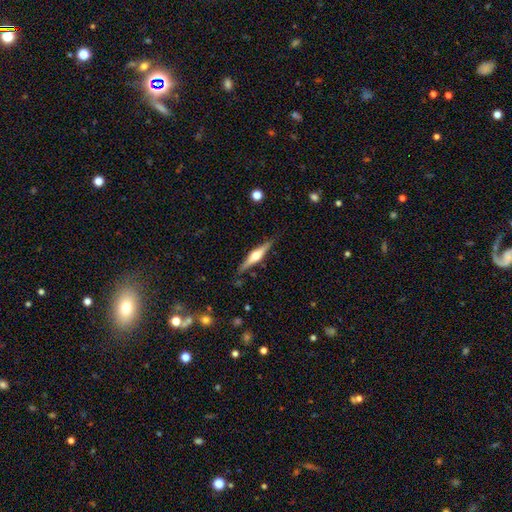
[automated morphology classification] A featured or disk galaxy (72%) viewed edge-on (97%) with a rounded central bulge (93%). Merging: none (86%).